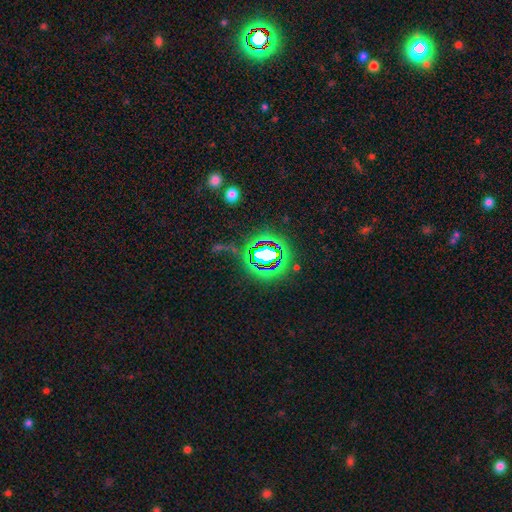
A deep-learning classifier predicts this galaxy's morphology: Q: Smooth or featured?
A: star or artifact (78%); runner-up: smooth (13%)